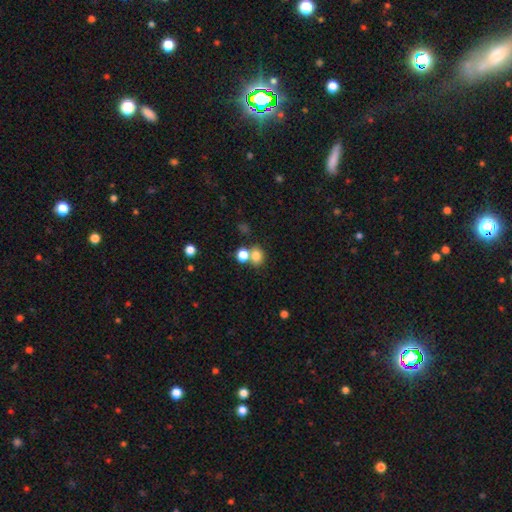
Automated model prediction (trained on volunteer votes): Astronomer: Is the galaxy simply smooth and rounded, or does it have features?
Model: smooth — 78%.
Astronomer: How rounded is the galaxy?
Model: round — 58% (runner-up: in between, 41%).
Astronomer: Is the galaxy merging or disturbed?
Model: none — 52% (runner-up: merger, 35%).